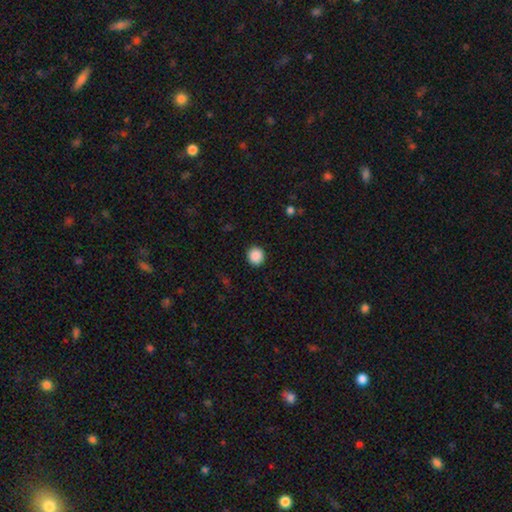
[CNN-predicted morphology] A smooth galaxy with no disk features (89%) that is round (91%).

Vote fractions:
- Smooth or featured? smooth: 89% / star or artifact: 9% / featured or disk: 2%
- How rounded? round: 91% / in between: 8% / cigar-shaped: 1%
- Merging? none: 92% / minor disturbance: 5% / major disturbance: 2% / merger: 1%